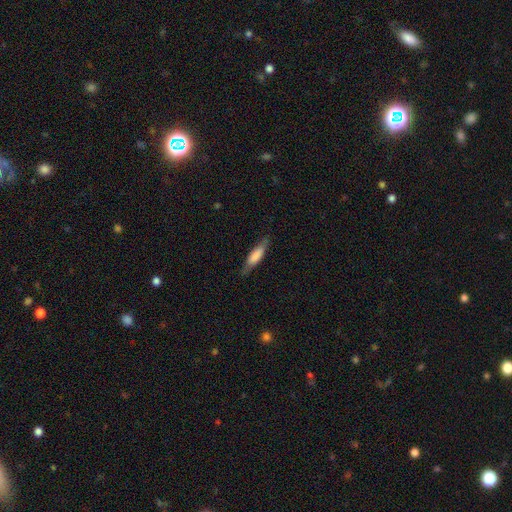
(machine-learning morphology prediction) smooth_or_featured: smooth (p=0.68) [alt: featured or disk p=0.26]
how_rounded: cigar-shaped (p=0.68) [alt: in between p=0.31]
merging: none (p=0.78) [alt: minor disturbance p=0.17]